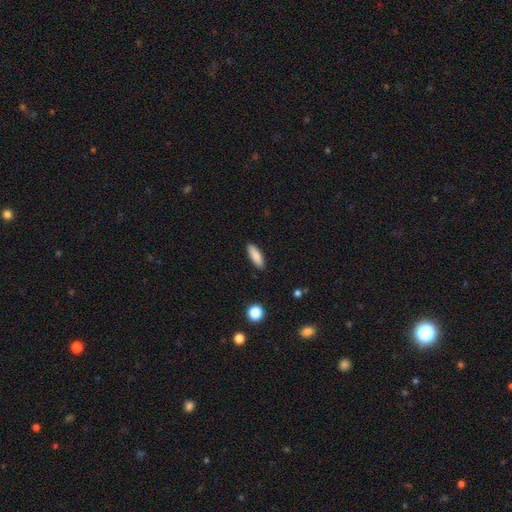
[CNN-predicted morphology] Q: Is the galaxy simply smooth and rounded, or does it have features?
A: smooth — 87%.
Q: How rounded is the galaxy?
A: in between — 60%.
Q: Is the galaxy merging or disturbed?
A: none — 89%.